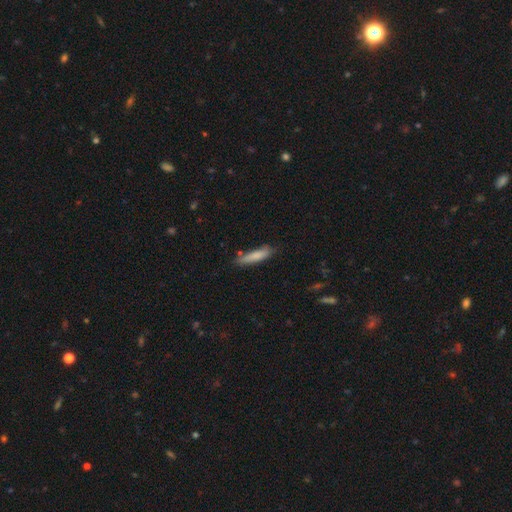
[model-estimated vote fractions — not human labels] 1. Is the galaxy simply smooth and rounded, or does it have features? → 81% smooth, 13% featured or disk, 6% star or artifact.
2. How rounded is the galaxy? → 81% cigar-shaped, 18% in between, 1% round.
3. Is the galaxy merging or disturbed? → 71% none, 22% minor disturbance, 4% major disturbance, 4% merger.